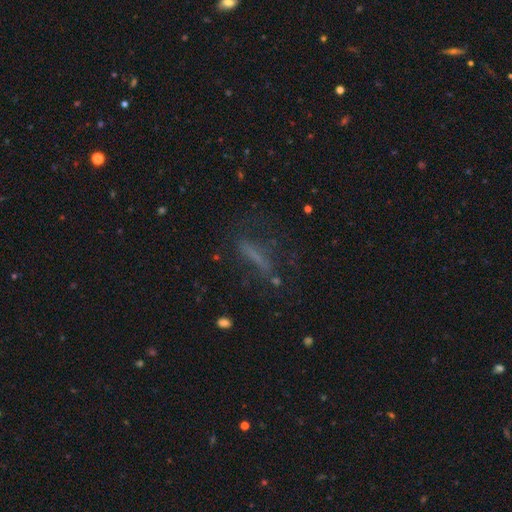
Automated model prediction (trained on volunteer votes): A smooth galaxy with no disk features (44%).

Vote fractions:
- Smooth or featured? smooth: 44% / featured or disk: 34% / star or artifact: 21%
- Merging? none: 56% / major disturbance: 21% / minor disturbance: 20% / merger: 4%